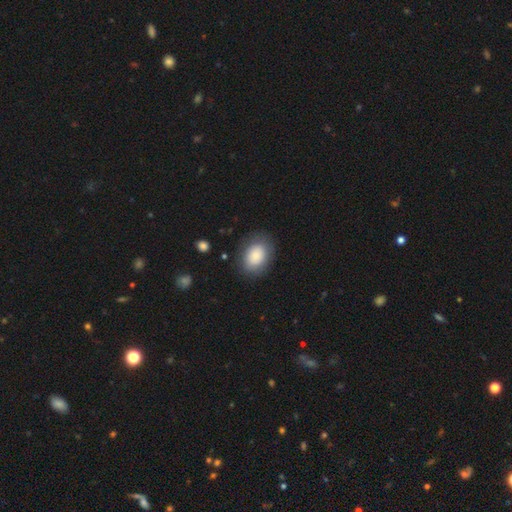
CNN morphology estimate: Smooth or featured: smooth — 84% (featured or disk — 9%)
How rounded: in between — 75% (round — 24%)
Merging: none — 82% (minor disturbance — 12%)